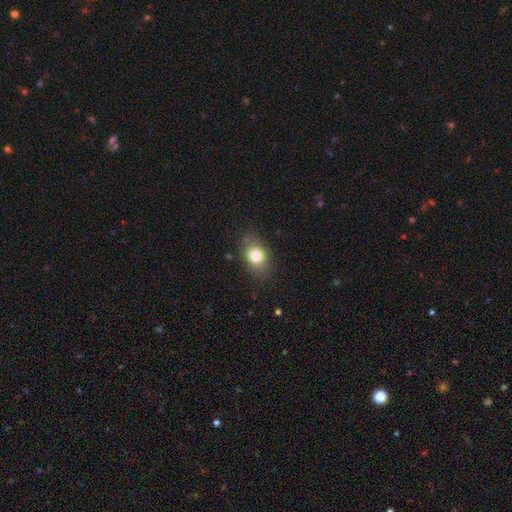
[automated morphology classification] This is likely a smooth galaxy (79%). How rounded: likely in between (66%). Merging: likely none (78%).